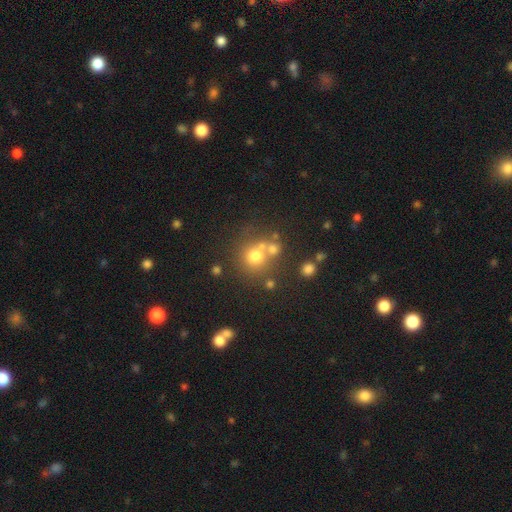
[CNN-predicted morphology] smooth 67%, star or artifact 18%, featured or disk 15%. Down the decision tree: how rounded — round (88%); merging — none (57%).